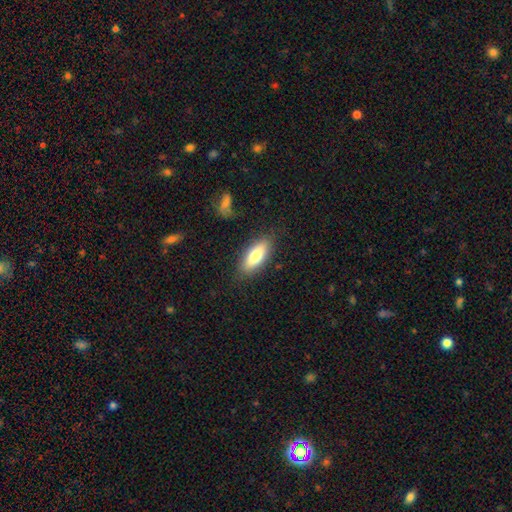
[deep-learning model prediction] Smooth or featured? smooth (74%)
How rounded? in between (69%)
Merging? none (83%)